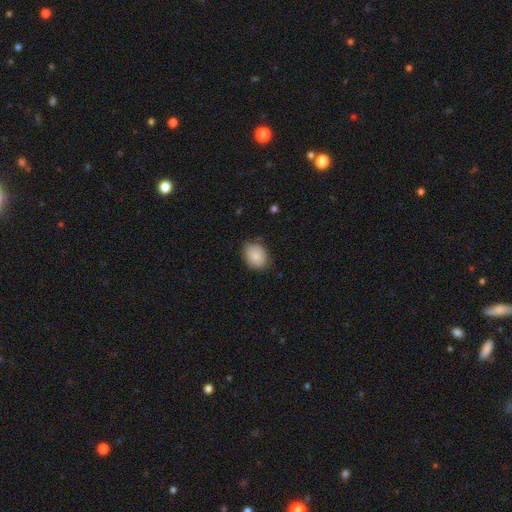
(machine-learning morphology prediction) Smooth or featured?
  - smooth: 87% *
  - star or artifact: 7%
  - featured or disk: 6%
How rounded?
  - in between: 67% *
  - round: 32%
  - cigar-shaped: 1%
Merging?
  - none: 81% *
  - minor disturbance: 15%
  - major disturbance: 3%
  - merger: 1%